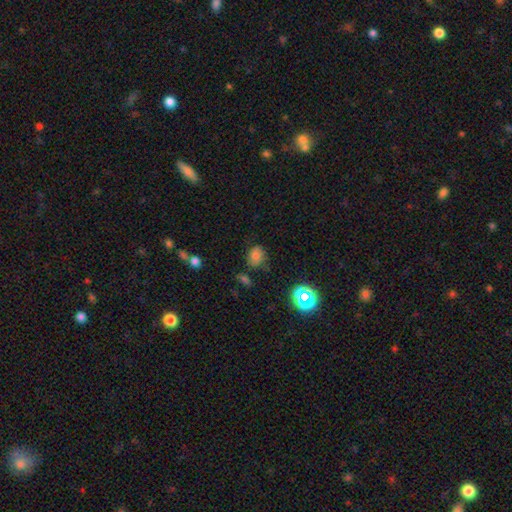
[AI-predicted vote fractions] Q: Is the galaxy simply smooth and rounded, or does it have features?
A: smooth — 68%.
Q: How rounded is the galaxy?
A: in between — 55%.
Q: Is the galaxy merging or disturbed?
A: none — 62%.